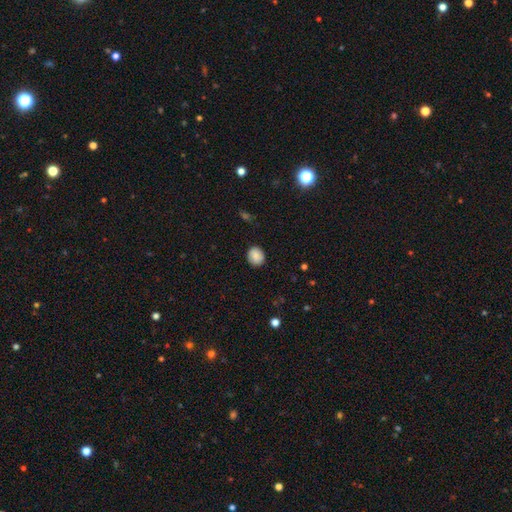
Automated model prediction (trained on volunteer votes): This is clearly a smooth galaxy (87%). How rounded: likely round (76%). Merging: clearly none (88%).